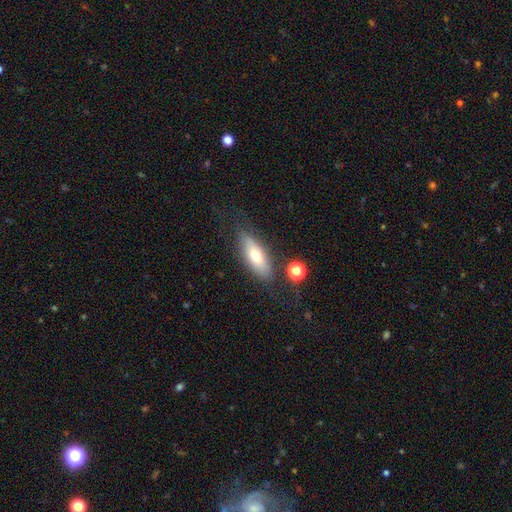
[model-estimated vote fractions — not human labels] smooth 66%, featured or disk 26%, star or artifact 8%. Down the decision tree: how rounded — in between (66%); merging — none (73%).